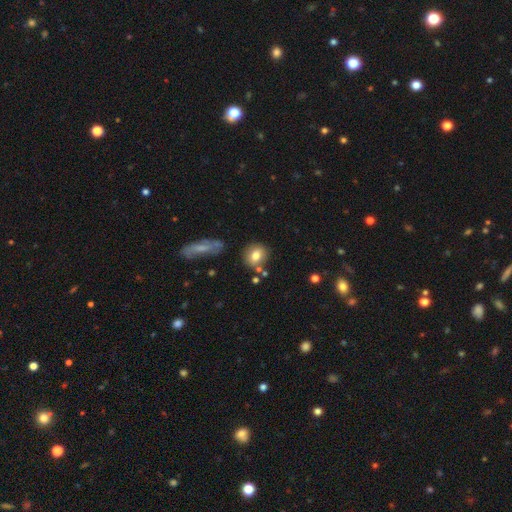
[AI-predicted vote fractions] The model was most divided on "how rounded": round: 69%, in between: 29%, cigar-shaped: 2%. More confident: smooth or featured — smooth (76%); merging — none (75%).